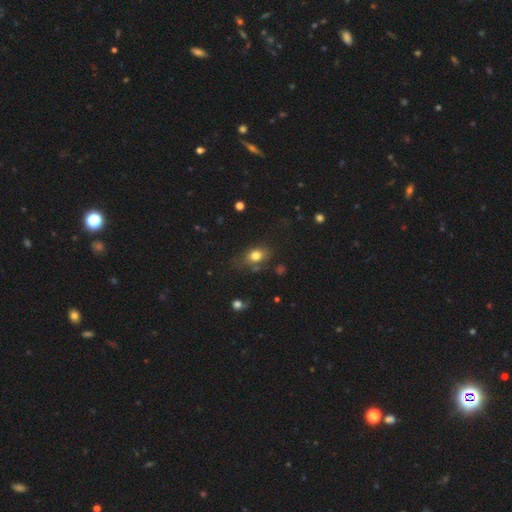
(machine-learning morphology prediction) Overall: smooth (78%). How rounded: in between (67%; round 31%). Merging: none (67%).